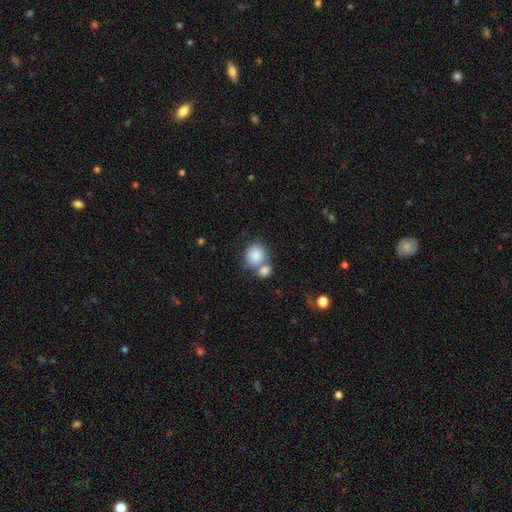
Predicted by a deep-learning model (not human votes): Overall: smooth (84%). How rounded: round (76%). Merging: merger (44%; none 42%).